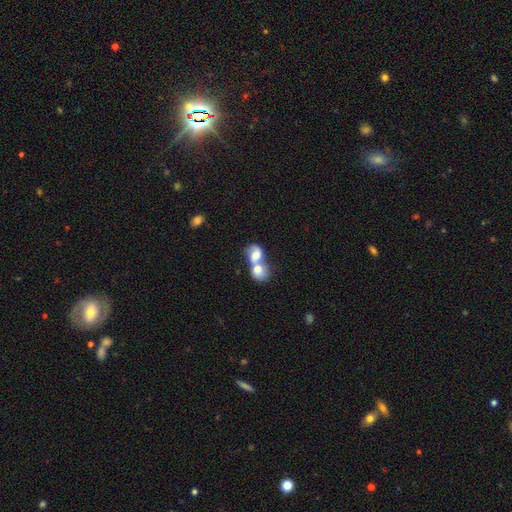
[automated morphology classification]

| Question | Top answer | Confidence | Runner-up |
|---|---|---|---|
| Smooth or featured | smooth | 59% | featured or disk (33%) |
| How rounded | in between | 58% | round (40%) |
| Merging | merger | 83% | none (8%) |